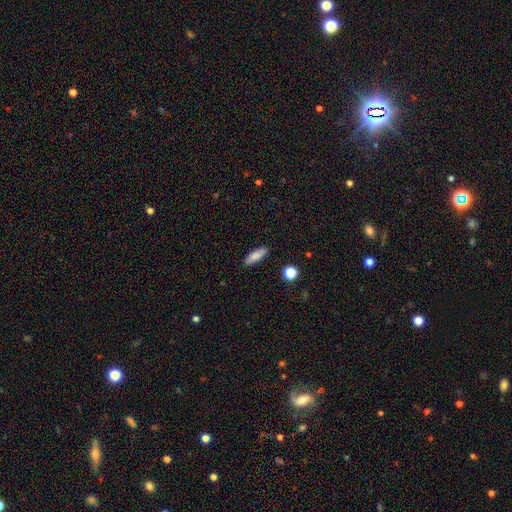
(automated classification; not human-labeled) A smooth galaxy with no disk features (79%) that is in between round and cigar-shaped (50%). Merging: none (85%).